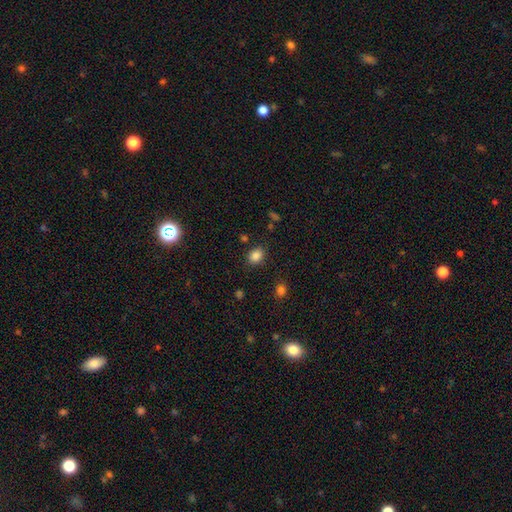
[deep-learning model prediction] smooth 85%, star or artifact 11%, featured or disk 4%. Down the decision tree: how rounded — in between (53%); merging — none (83%).